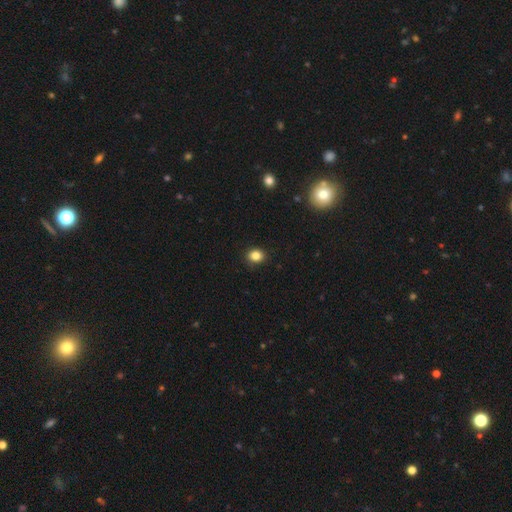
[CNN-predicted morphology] A smooth galaxy with no disk features (85%) that is round (67%). Merging: none (90%).